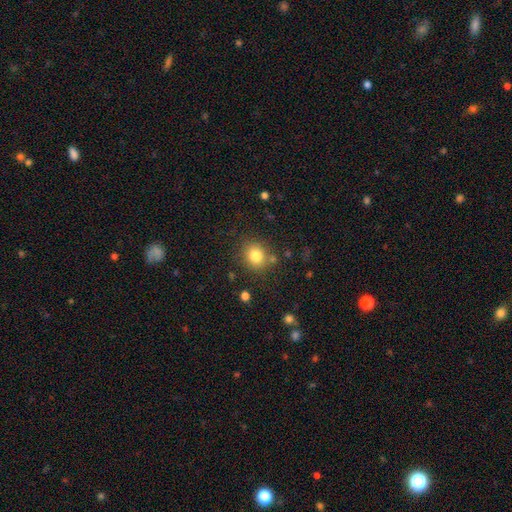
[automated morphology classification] A smooth galaxy with no disk features (81%) that is round (78%).

Vote fractions:
- Smooth or featured? smooth: 81% / star or artifact: 12% / featured or disk: 7%
- How rounded? round: 78% / in between: 22% / cigar-shaped: 1%
- Merging? none: 79% / minor disturbance: 11% / merger: 6% / major disturbance: 4%